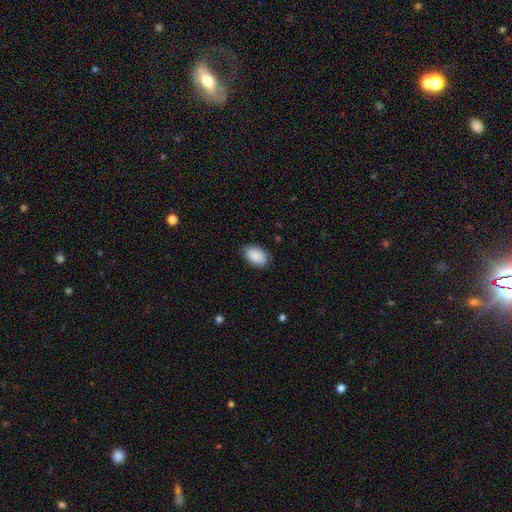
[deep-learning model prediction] Smooth or featured: smooth — 90% (star or artifact — 6%)
How rounded: in between — 91% (round — 7%)
Merging: none — 83% (minor disturbance — 14%)